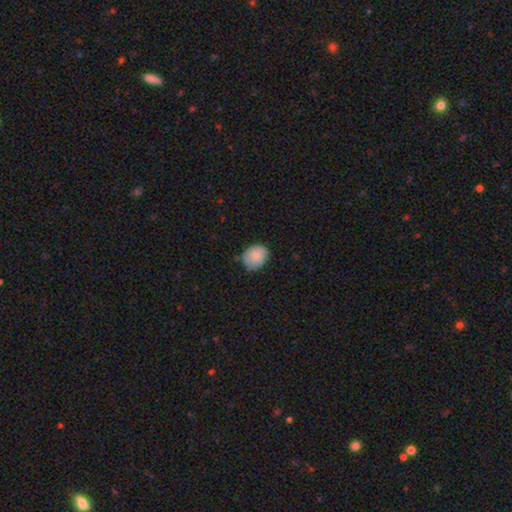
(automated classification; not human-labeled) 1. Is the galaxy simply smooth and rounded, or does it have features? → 81% smooth, 12% featured or disk, 7% star or artifact.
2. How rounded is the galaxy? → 51% round, 48% in between, 1% cigar-shaped.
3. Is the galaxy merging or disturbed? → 65% none, 29% minor disturbance, 4% major disturbance, 2% merger.